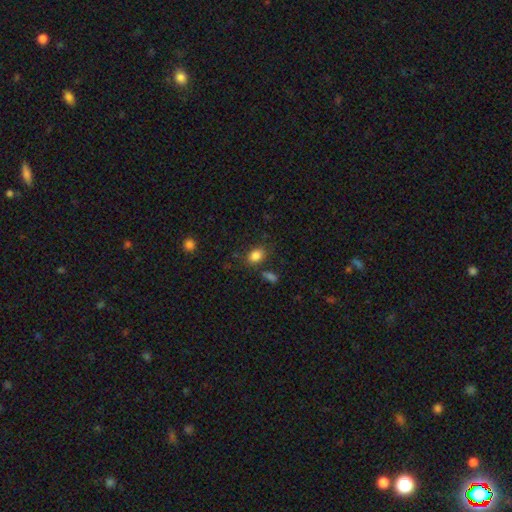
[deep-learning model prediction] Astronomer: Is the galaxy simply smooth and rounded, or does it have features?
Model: smooth — 84%.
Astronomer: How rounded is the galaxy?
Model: in between — 67%.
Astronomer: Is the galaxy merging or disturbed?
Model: none — 76%.